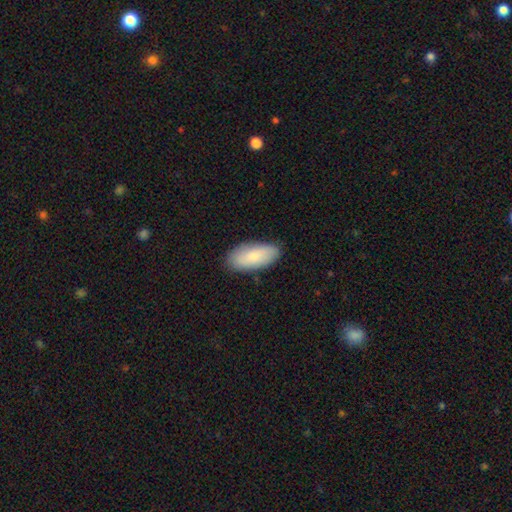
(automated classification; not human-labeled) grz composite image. It shows a smooth galaxy with no disk features (81%) that is in between round and cigar-shaped (90%). Merging: none (85%).